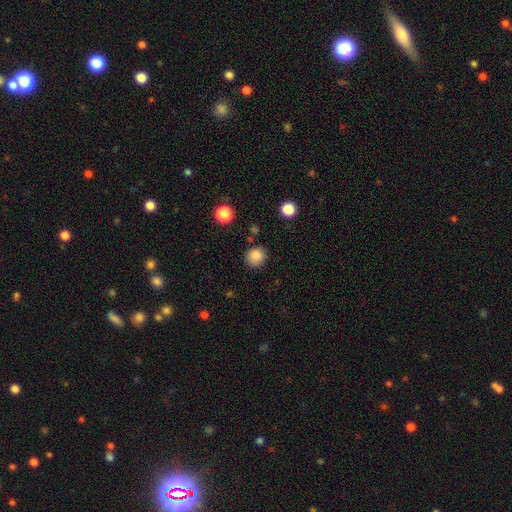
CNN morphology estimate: Smooth or featured? smooth (86%)
How rounded? round (86%)
Merging? none (85%)